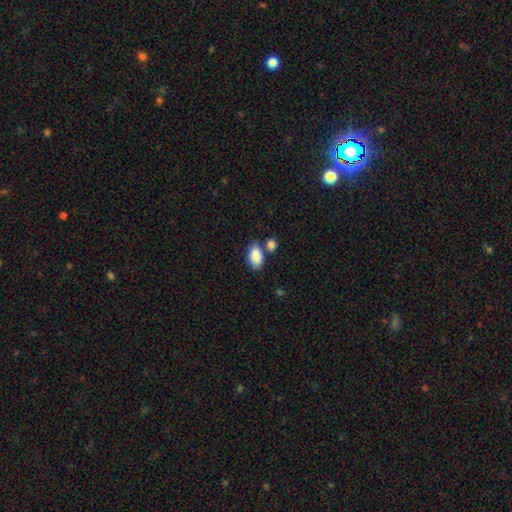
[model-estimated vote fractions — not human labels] Smooth or featured? smooth (88%)
How rounded? in between (93%)
Merging? none (57%)